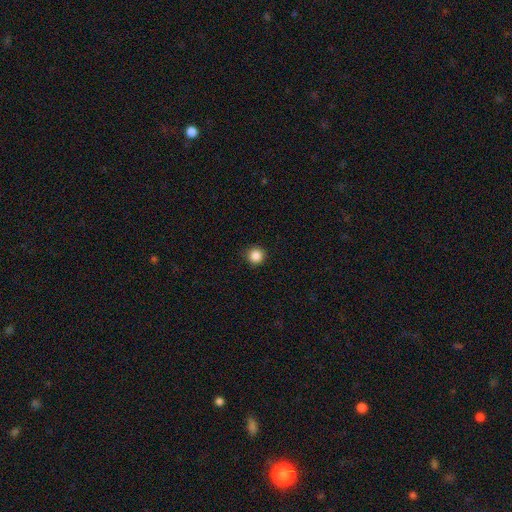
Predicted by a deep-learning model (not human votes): Smooth or featured? Predicted: smooth (p=0.87). How rounded? Predicted: round (p=0.96). Merging? Predicted: none (p=0.91).